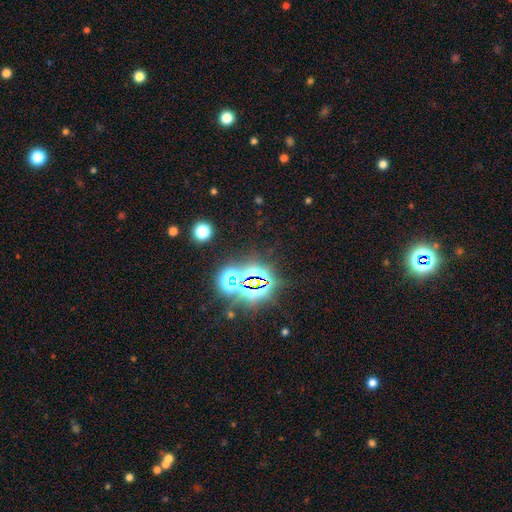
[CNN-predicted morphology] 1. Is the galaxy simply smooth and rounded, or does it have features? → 78% star or artifact, 14% smooth, 8% featured or disk.